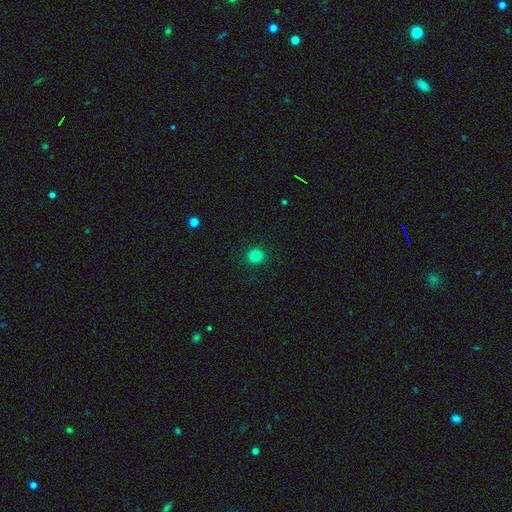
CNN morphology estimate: Smooth or featured: smooth — 81% (star or artifact — 13%)
How rounded: round — 88% (in between — 11%)
Merging: none — 90% (minor disturbance — 7%)